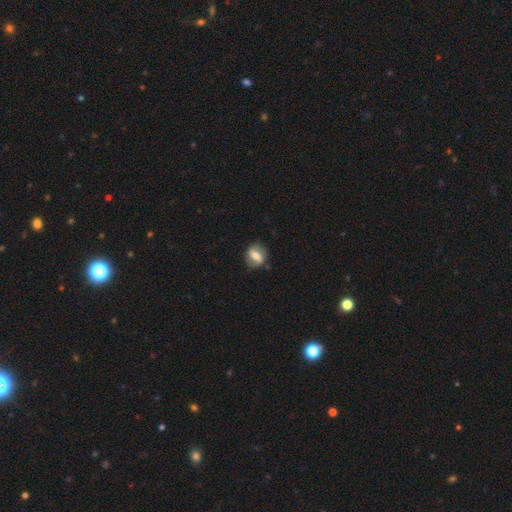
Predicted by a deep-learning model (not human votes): smooth_or_featured: smooth (p=0.49) [alt: featured or disk p=0.44]
merging: none (p=0.77) [alt: minor disturbance p=0.16]